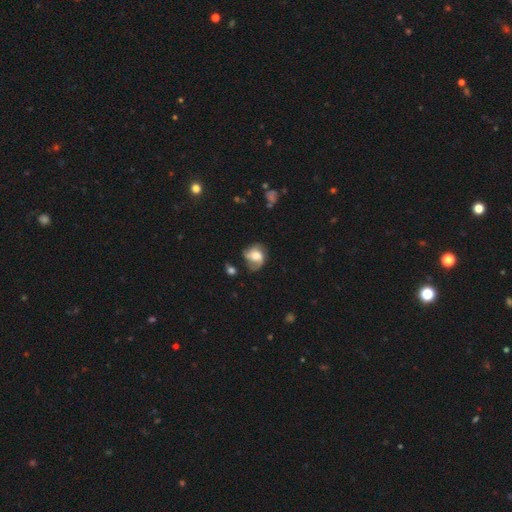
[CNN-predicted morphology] This is possibly a featured or disk galaxy (48%). Merging: possibly none (49%).